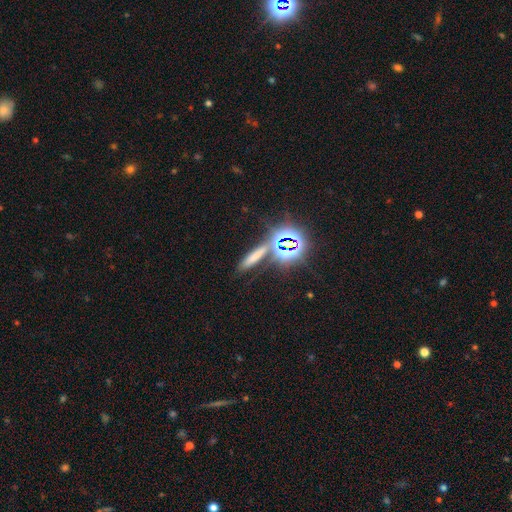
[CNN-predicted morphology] Smooth or featured? smooth (54%)
How rounded? cigar-shaped (71%)
Merging? none (74%)